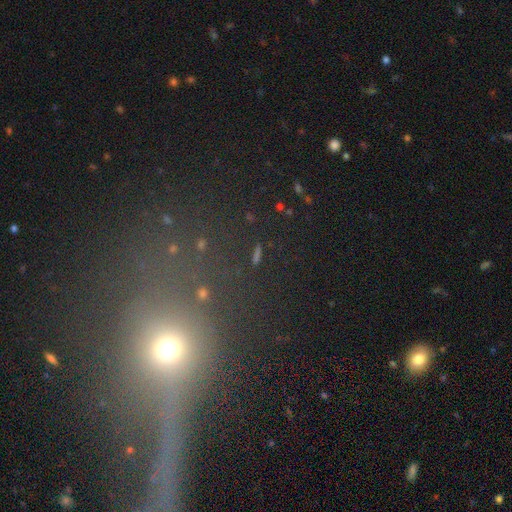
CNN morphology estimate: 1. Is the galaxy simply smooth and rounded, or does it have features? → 53% star or artifact, 32% smooth, 15% featured or disk.